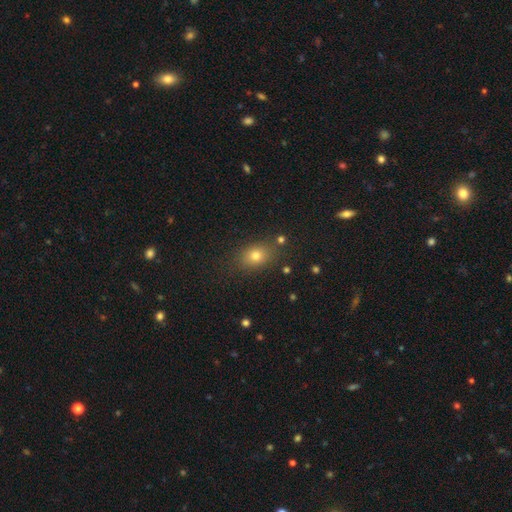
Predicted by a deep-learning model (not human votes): Smooth or featured? smooth (75%)
How rounded? in between (67%)
Merging? none (79%)